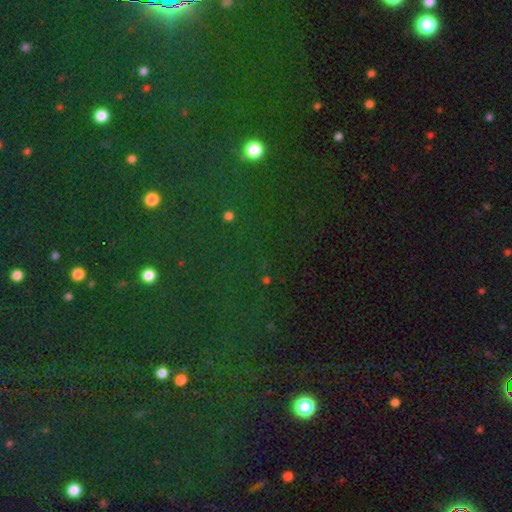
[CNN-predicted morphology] A star or artifact, not a galaxy (77%).

Vote fractions:
- Smooth or featured? star or artifact: 77% / smooth: 15% / featured or disk: 8%